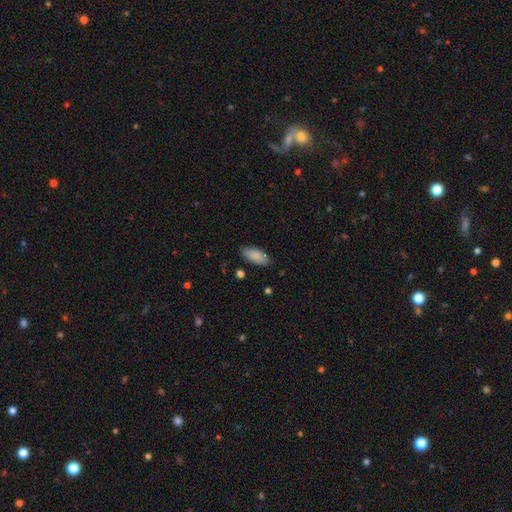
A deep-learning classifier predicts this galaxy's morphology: type=smooth (88%); roundness=in between (86%); merging=none (86%).